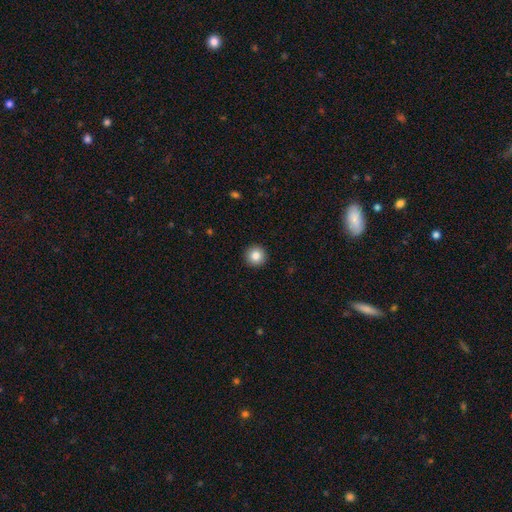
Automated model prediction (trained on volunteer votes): This is clearly a smooth galaxy (85%). How rounded: clearly round (96%). Merging: clearly none (93%).